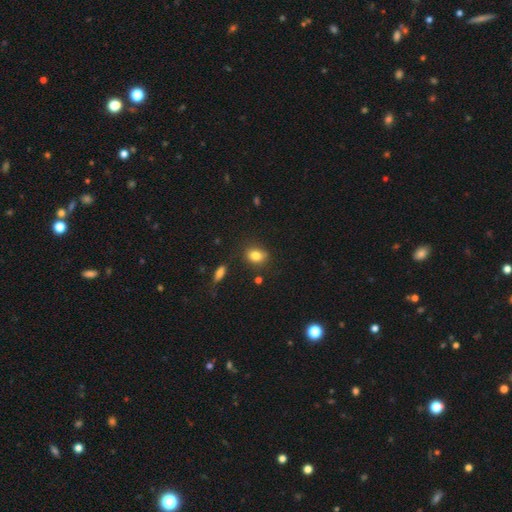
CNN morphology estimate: Overall: smooth (82%). How rounded: in between (62%; round 35%). Merging: none (78%).